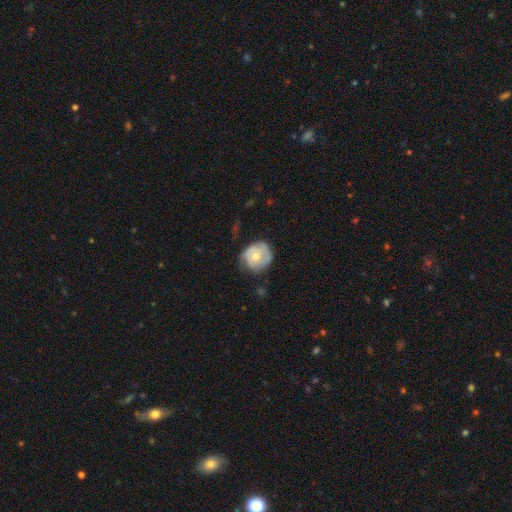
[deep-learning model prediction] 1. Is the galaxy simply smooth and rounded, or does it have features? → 55% featured or disk, 38% smooth, 6% star or artifact.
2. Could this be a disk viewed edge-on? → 97% no, 3% yes.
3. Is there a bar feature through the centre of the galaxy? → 82% no, 15% weak, 3% strong.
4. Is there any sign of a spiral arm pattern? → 71% yes, 29% no.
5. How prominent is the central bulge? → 63% moderate, 31% small, 3% large, 2% none, 1% dominant.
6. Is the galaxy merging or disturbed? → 58% none, 30% minor disturbance, 11% major disturbance, 2% merger.